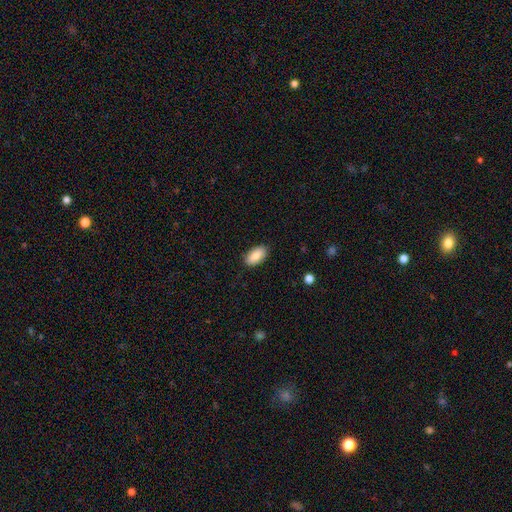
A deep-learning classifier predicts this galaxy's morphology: smooth_or_featured: smooth (p=0.84) [alt: featured or disk p=0.09]
how_rounded: in between (p=0.93) [alt: cigar-shaped p=0.04]
merging: none (p=0.87) [alt: minor disturbance p=0.10]